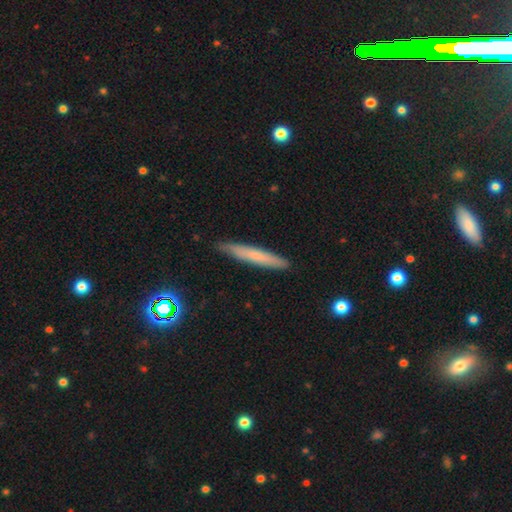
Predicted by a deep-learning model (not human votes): Smooth or featured? smooth (63%)
How rounded? cigar-shaped (95%)
Merging? none (88%)